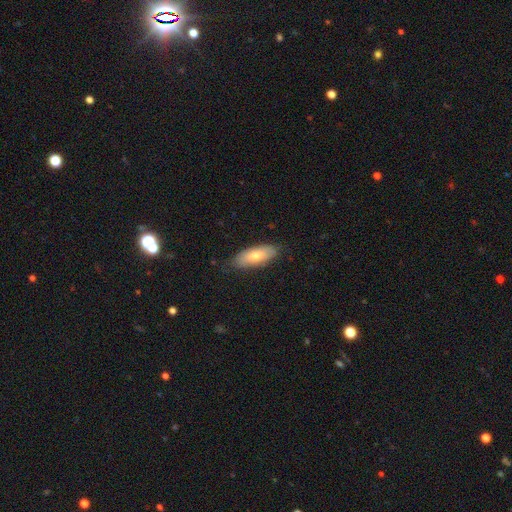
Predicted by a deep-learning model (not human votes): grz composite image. It shows a smooth galaxy with no disk features (70%) that is in between round and cigar-shaped (75%). Merging: none (79%).